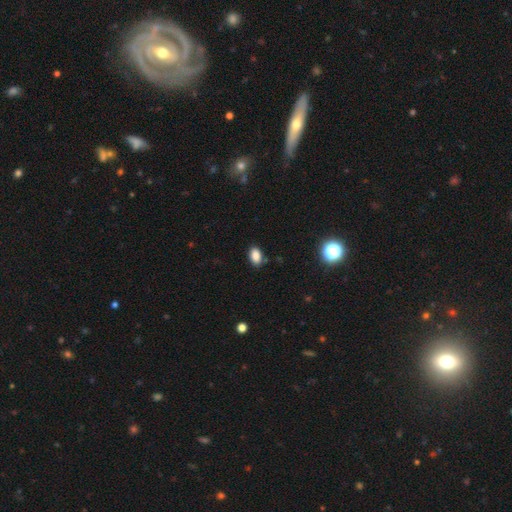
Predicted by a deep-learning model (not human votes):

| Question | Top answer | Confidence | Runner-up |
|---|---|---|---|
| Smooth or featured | smooth | 86% | star or artifact (10%) |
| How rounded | in between | 89% | round (10%) |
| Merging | none | 84% | minor disturbance (12%) |